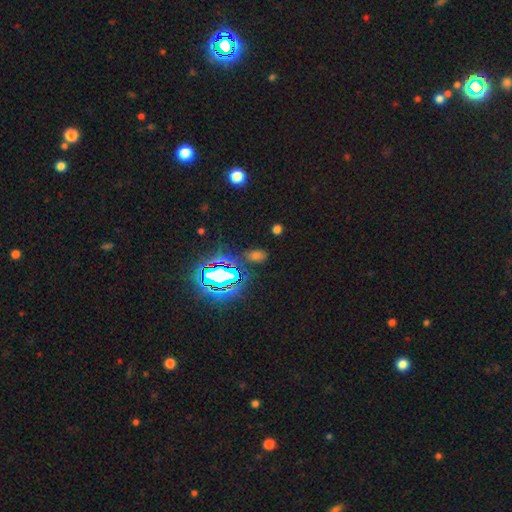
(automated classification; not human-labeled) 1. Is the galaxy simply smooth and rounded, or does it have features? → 50% star or artifact, 40% smooth, 10% featured or disk.